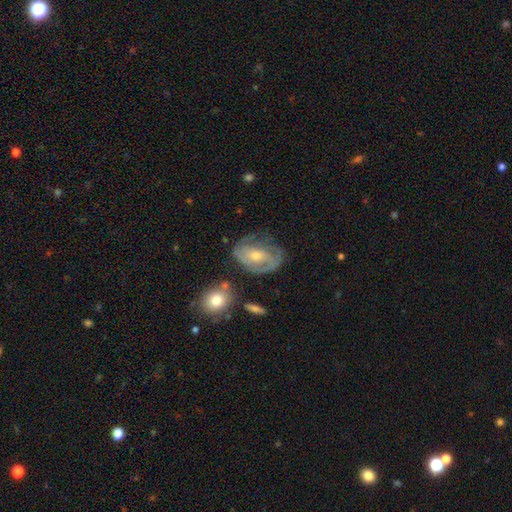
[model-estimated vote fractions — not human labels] A featured or disk galaxy (75%) with no bar (55%), 2 (44%) tight (51%) spiral arms (85%) and a moderate central bulge (49%). Merging: none (60%).